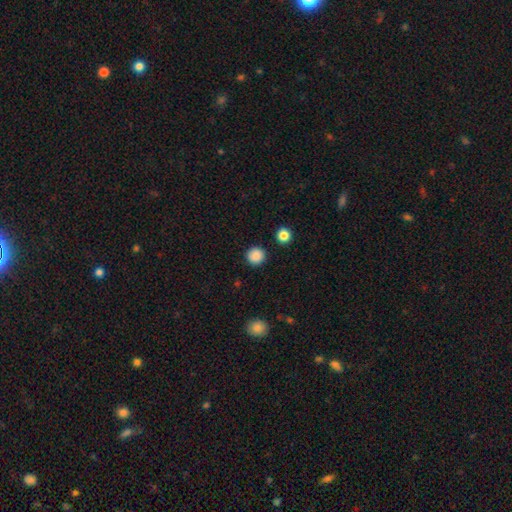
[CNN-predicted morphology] Smooth or featured?
  - smooth: 87% *
  - star or artifact: 10%
  - featured or disk: 3%
How rounded?
  - round: 94% *
  - in between: 5%
  - cigar-shaped: 1%
Merging?
  - none: 90% *
  - minor disturbance: 6%
  - major disturbance: 2%
  - merger: 2%